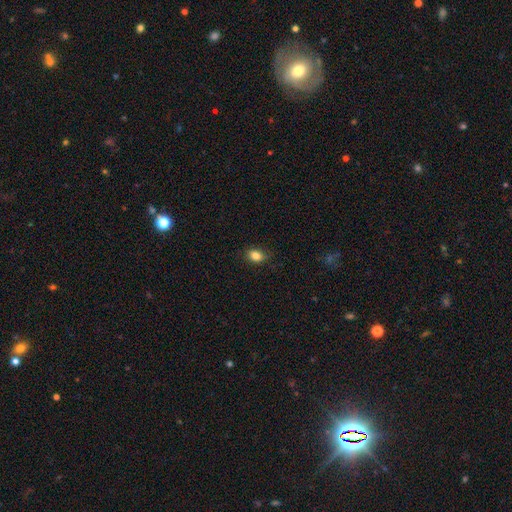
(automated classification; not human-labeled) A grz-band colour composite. It shows a smooth galaxy with no disk features (84%) that is in between round and cigar-shaped (67%). Merging: none (83%).